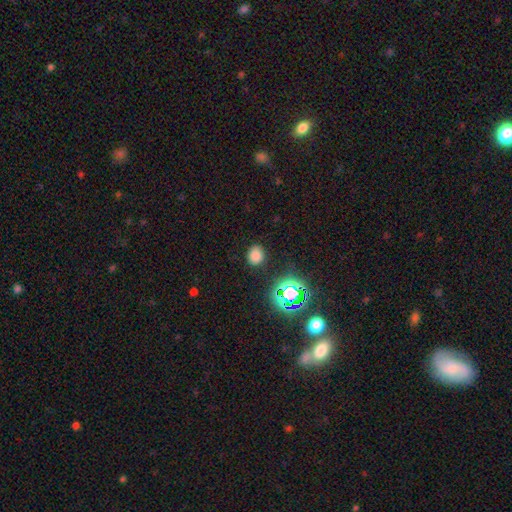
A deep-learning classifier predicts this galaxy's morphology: The model was most divided on "how rounded": round: 67%, in between: 32%, cigar-shaped: 1%. More confident: merging — none (85%); smooth or featured — smooth (73%).